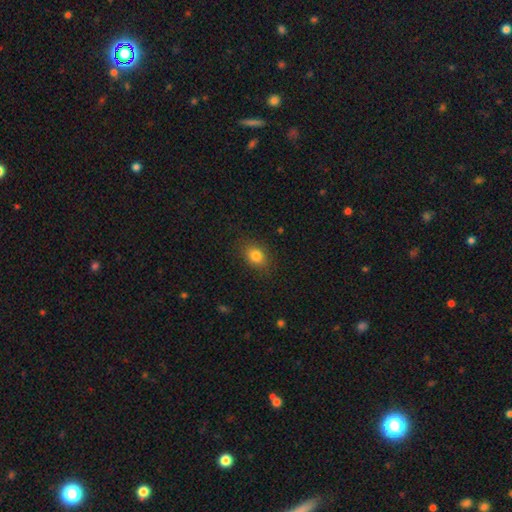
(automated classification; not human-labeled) Morphology: type=smooth (82%); roundness=in between (63%); merging=none (85%).